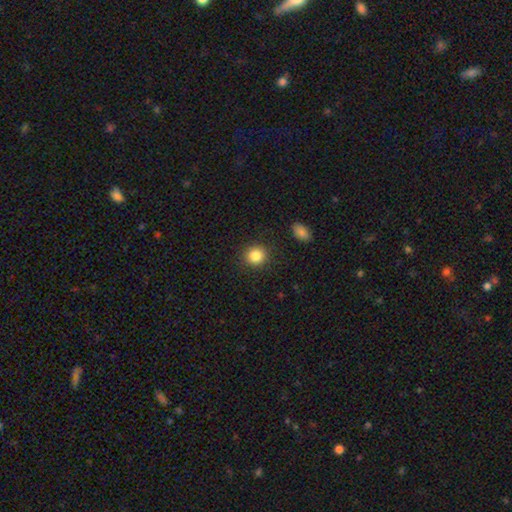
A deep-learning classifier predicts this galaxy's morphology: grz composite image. It shows a smooth galaxy with no disk features (85%) that is round (88%). Merging: none (90%).